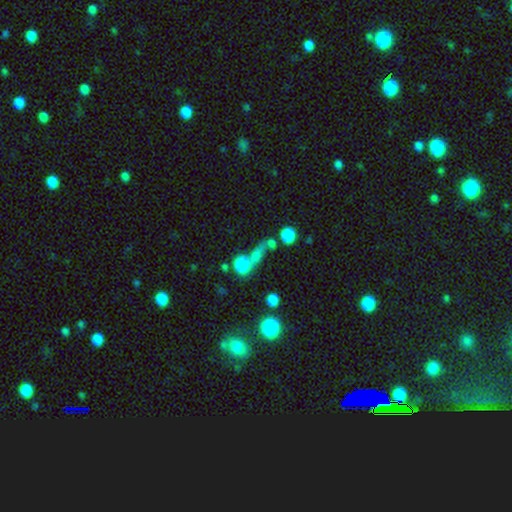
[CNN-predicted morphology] Smooth or featured? Predicted: smooth (p=0.60). How rounded? Predicted: round (p=0.51). Merging? Predicted: none (p=0.40).